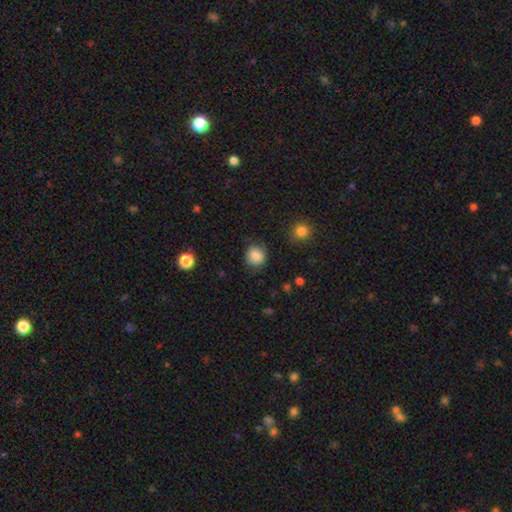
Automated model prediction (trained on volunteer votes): Smooth or featured? smooth (85%)
How rounded? round (88%)
Merging? none (82%)